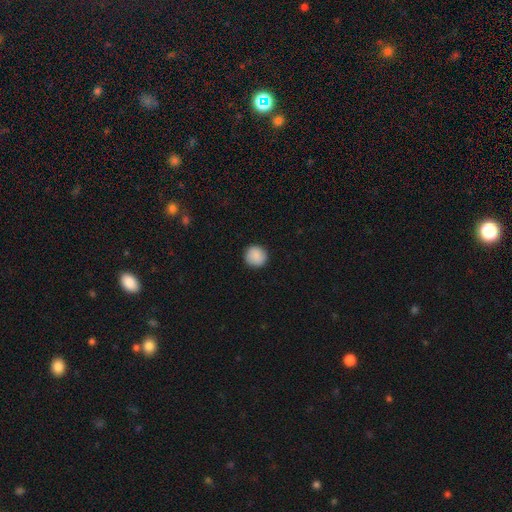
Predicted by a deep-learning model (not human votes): Q: Smooth or featured?
A: smooth (89%); runner-up: star or artifact (7%)
Q: How rounded?
A: round (94%); runner-up: in between (5%)
Q: Merging?
A: none (92%); runner-up: minor disturbance (6%)